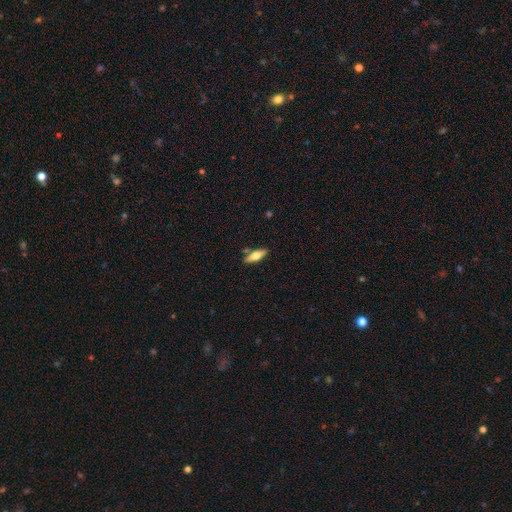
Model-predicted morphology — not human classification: Overall: smooth (51%; featured or disk 43%). How rounded: in between (54%; cigar-shaped 44%). Merging: none (82%).